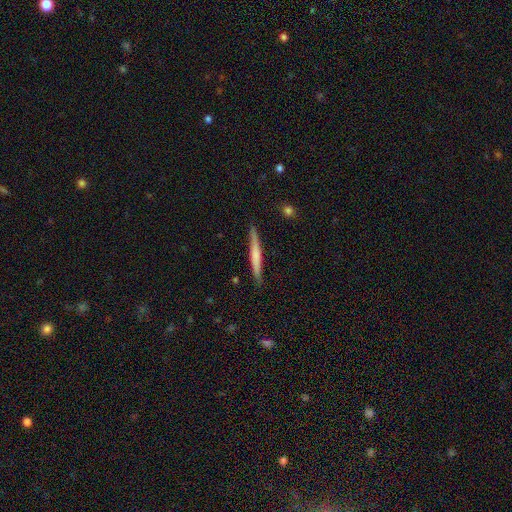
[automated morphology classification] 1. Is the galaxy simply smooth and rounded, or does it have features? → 52% smooth, 43% featured or disk, 6% star or artifact.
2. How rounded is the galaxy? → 96% cigar-shaped, 3% in between, 1% round.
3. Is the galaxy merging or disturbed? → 88% none, 9% minor disturbance, 2% major disturbance, 1% merger.